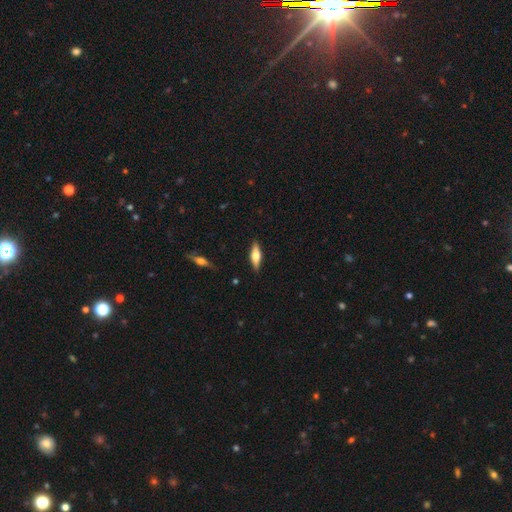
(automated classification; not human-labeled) smooth 50%, featured or disk 44%, star or artifact 6%. Down the decision tree: merging — none (87%).